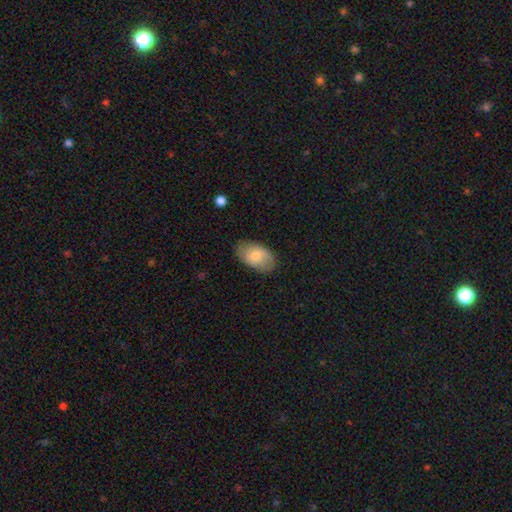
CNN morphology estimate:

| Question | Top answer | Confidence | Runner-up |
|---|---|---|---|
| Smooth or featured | smooth | 72% | featured or disk (21%) |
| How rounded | in between | 92% | round (7%) |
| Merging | none | 80% | minor disturbance (16%) |